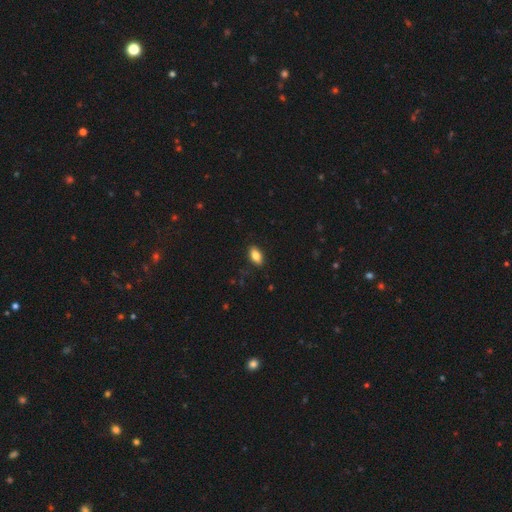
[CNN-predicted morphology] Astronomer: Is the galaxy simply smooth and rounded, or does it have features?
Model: smooth — 85%.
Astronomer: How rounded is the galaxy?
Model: in between — 90%.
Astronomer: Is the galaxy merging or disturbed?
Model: none — 87%.